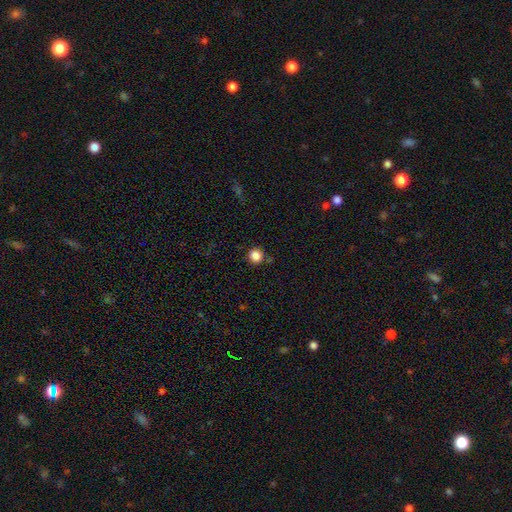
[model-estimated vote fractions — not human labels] A smooth galaxy with no disk features (85%) that is round (93%). Merging: none (85%).